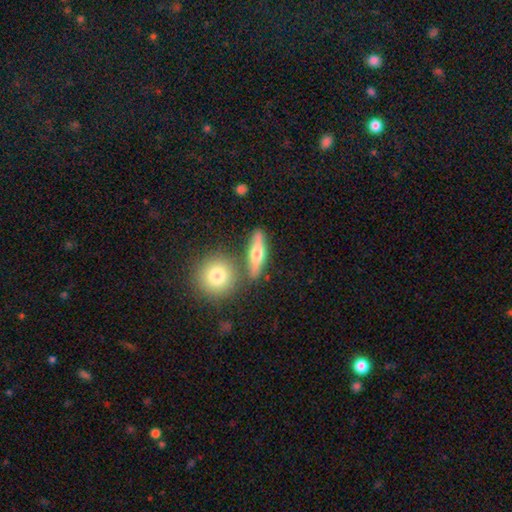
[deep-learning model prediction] Morphology: type=featured or disk (52%); edge-on=yes (89%); merging=none (76%).